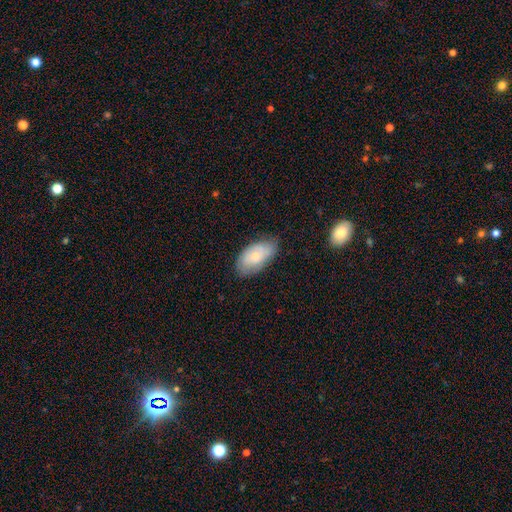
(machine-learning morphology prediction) A smooth galaxy with no disk features (63%) that is in between round and cigar-shaped (94%).

Vote fractions:
- Smooth or featured? smooth: 63% / featured or disk: 30% / star or artifact: 7%
- How rounded? in between: 94% / round: 4% / cigar-shaped: 3%
- Merging? none: 69% / minor disturbance: 25% / major disturbance: 5% / merger: 1%